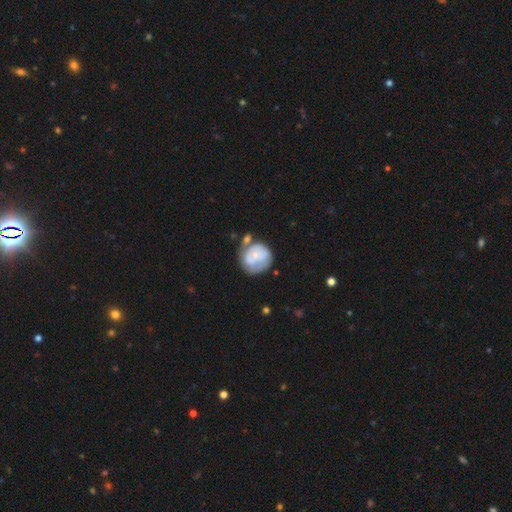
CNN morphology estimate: The model was most divided on "smooth or featured": featured or disk: 48%, smooth: 46%, star or artifact: 6%. Remaining: merging — none (40%).